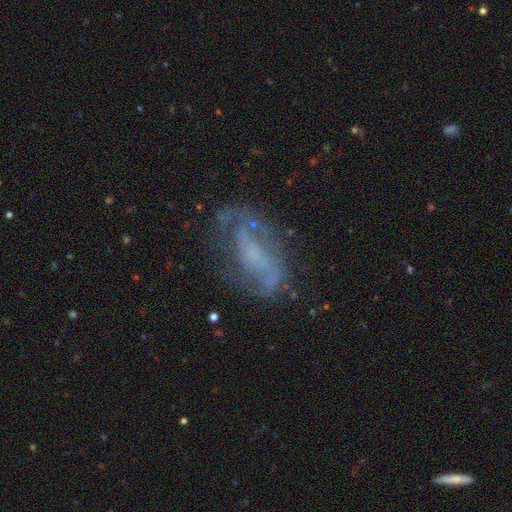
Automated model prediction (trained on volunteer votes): Smooth or featured?
  - featured or disk: 74% *
  - smooth: 15%
  - star or artifact: 11%
Edge-on disk?
  - no: 94% *
  - yes: 6%
Bar?
  - no: 49% *
  - weak: 37%
  - strong: 14%
Spiral arms?
  - yes: 81% *
  - no: 19%
Spiral winding?
  - medium: 42% *
  - loose: 36%
  - tight: 22%
Spiral arm count?
  - 2: 68% *
  - can't tell: 20%
  - 1: 5%
  - 3: 4%
  - 4: 2%
  - more than 4: 2%
Bulge size?
  - none: 40% *
  - small: 39%
  - moderate: 16%
  - large: 3%
  - dominant: 1%
Merging?
  - none: 63% *
  - minor disturbance: 20%
  - major disturbance: 15%
  - merger: 3%